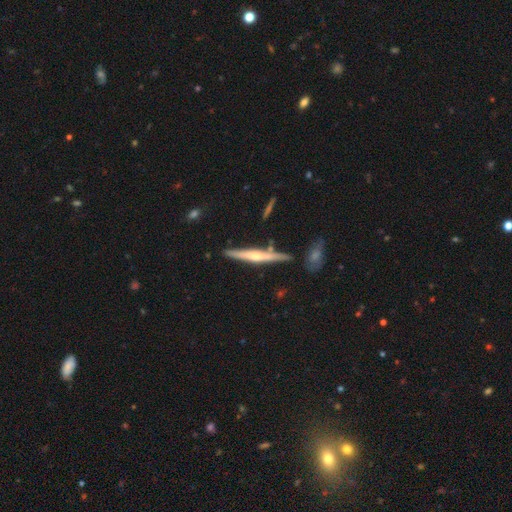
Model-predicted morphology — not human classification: Overall: featured or disk (64%; smooth 30%). Edge-on disk: yes (97%). Edge-on bulge: rounded (75%). Merging: none (83%).